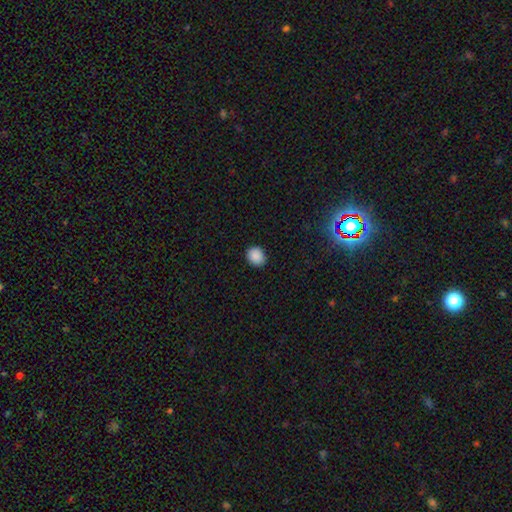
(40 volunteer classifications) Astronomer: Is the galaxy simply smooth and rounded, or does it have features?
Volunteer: smooth — 92%.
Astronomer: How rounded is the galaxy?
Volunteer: round — 95%.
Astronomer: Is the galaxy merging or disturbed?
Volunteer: none — 84%.